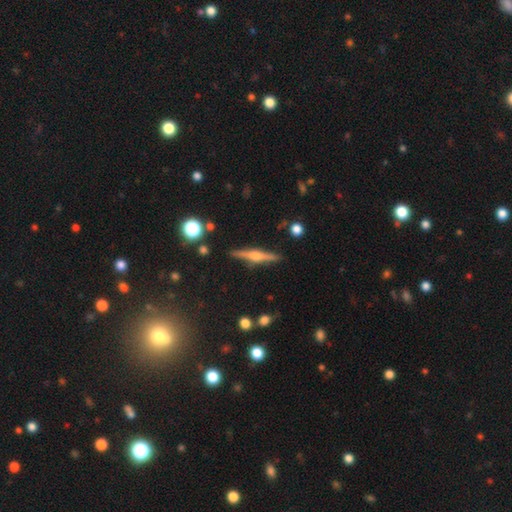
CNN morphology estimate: smooth-or-featured: featured or disk: 75% | smooth: 19% | star or artifact: 7%
  disk-edge-on: yes: 98% | no: 2%
    edge-on-bulge: rounded: 88% | boxy: 8% | none: 4%
  merging: none: 90% | minor disturbance: 7% | merger: 2% | major disturbance: 2%